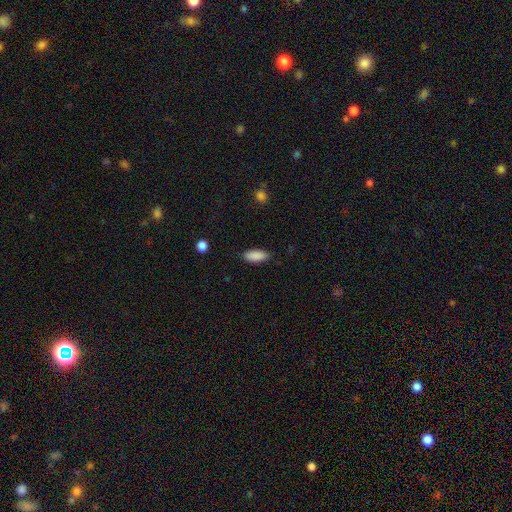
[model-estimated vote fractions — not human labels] A smooth galaxy with no disk features (89%) that is in between round and cigar-shaped (80%).

Vote fractions:
- Smooth or featured? smooth: 89% / star or artifact: 7% / featured or disk: 4%
- How rounded? in between: 80% / cigar-shaped: 18% / round: 2%
- Merging? none: 87% / minor disturbance: 9% / major disturbance: 3% / merger: 1%